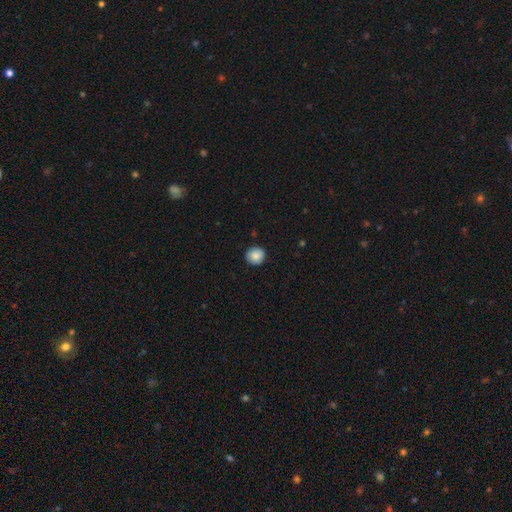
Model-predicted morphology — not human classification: The model was most divided on "smooth or featured": smooth: 85%, star or artifact: 8%, featured or disk: 7%. More confident: how rounded — round (90%); merging — none (89%).